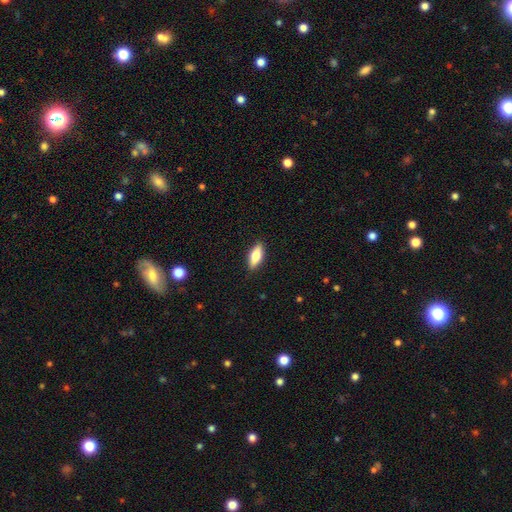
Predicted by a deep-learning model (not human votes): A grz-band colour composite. It shows a smooth galaxy with no disk features (68%) that is in between round and cigar-shaped (71%). Merging: none (88%).